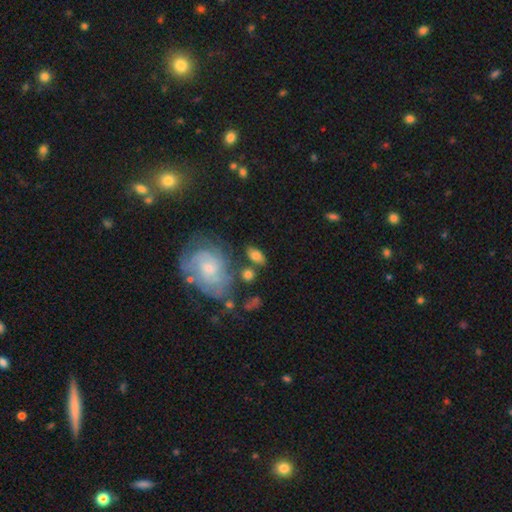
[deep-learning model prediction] Q: Smooth or featured?
A: smooth (63%); runner-up: featured or disk (29%)
Q: How rounded?
A: in between (82%); runner-up: round (14%)
Q: Merging?
A: none (66%); runner-up: minor disturbance (17%)